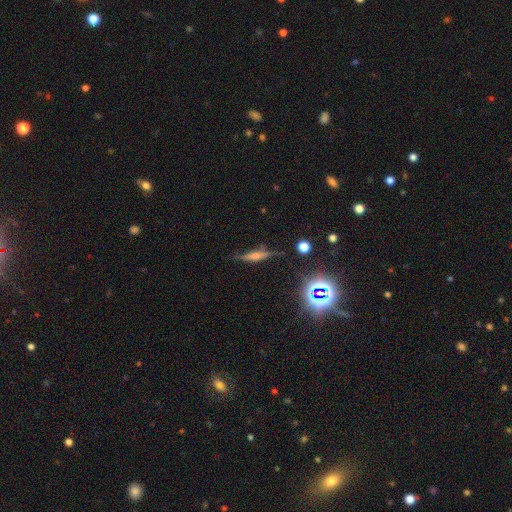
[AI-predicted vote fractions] Overall: featured or disk (50%; smooth 34%). Merging: none (74%).